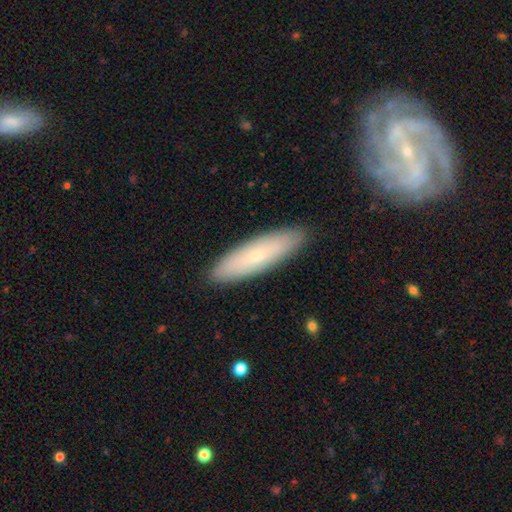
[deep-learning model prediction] Q: Smooth or featured?
A: smooth (61%); runner-up: featured or disk (32%)
Q: How rounded?
A: cigar-shaped (64%); runner-up: in between (34%)
Q: Merging?
A: none (89%); runner-up: minor disturbance (8%)